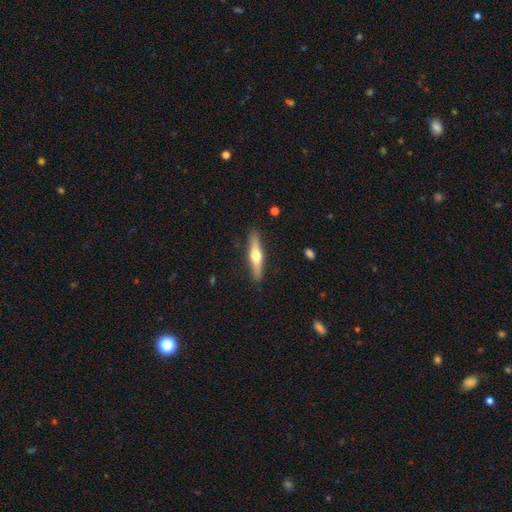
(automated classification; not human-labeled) Morphology: type=featured or disk (57%); edge-on=yes (94%); edge-on bulge=rounded (94%); merging=none (89%).